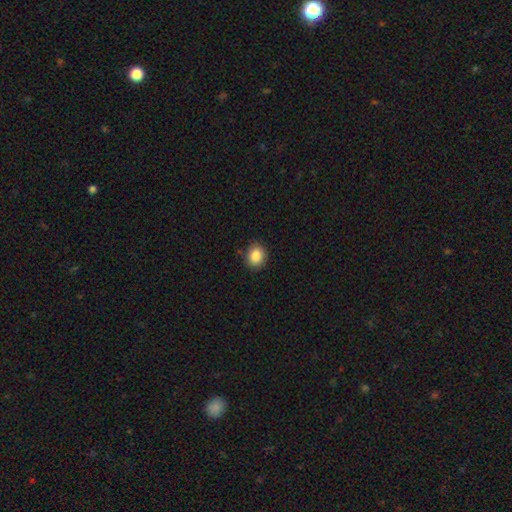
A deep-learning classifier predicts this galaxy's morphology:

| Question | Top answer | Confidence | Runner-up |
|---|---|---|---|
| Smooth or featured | smooth | 87% | star or artifact (9%) |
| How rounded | round | 63% | in between (36%) |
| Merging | none | 86% | minor disturbance (11%) |